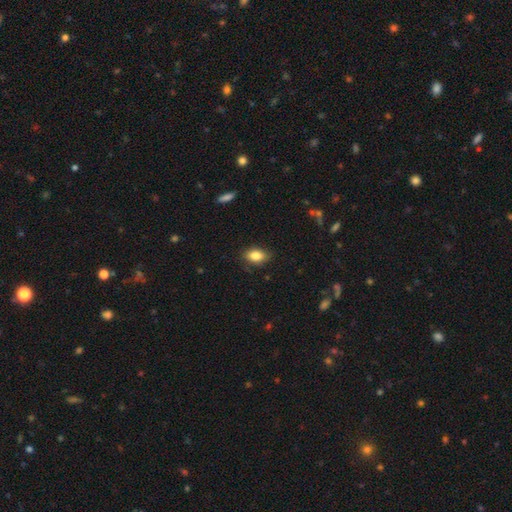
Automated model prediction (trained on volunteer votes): Morphology: type=smooth (84%); roundness=in between (85%); merging=none (79%).